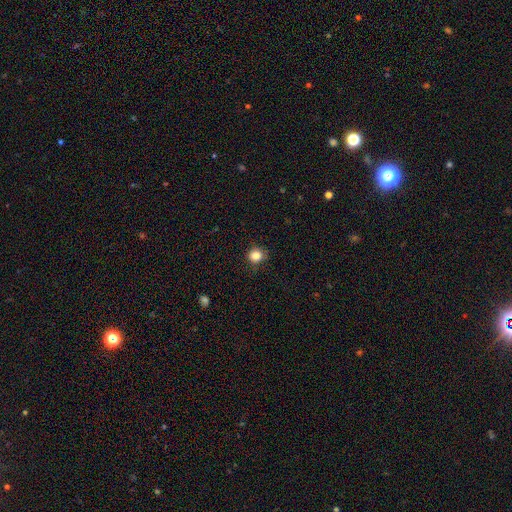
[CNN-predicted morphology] A smooth galaxy with no disk features (85%) that is round (90%).

Vote fractions:
- Smooth or featured? smooth: 85% / star or artifact: 11% / featured or disk: 4%
- How rounded? round: 90% / in between: 9% / cigar-shaped: 1%
- Merging? none: 85% / minor disturbance: 11% / major disturbance: 3% / merger: 1%